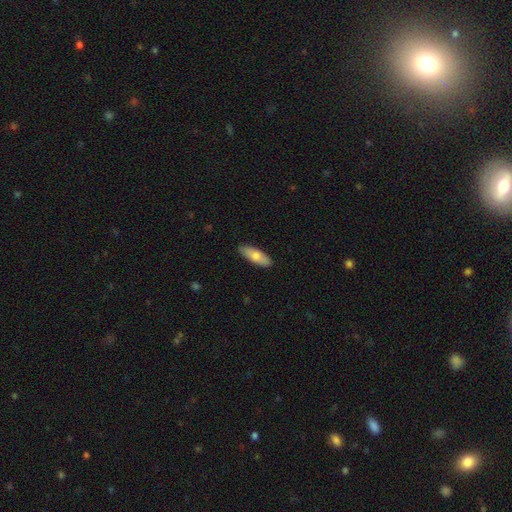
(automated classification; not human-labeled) Smooth or featured: smooth — 74% (featured or disk — 20%)
How rounded: in between — 61% (cigar-shaped — 37%)
Merging: none — 89% (minor disturbance — 8%)